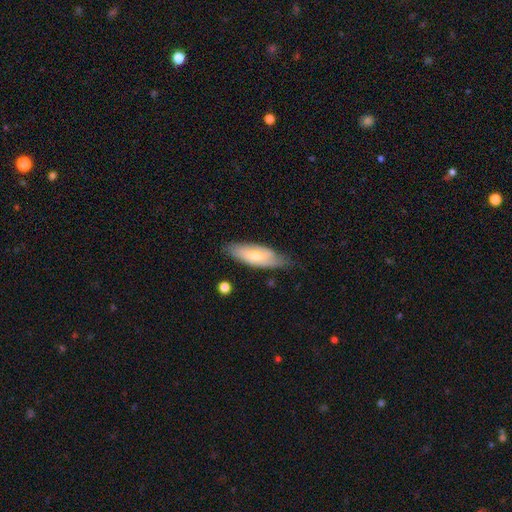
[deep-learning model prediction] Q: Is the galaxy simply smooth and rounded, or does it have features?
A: smooth — 55%.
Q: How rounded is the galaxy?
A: in between — 65%.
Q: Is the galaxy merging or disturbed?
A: none — 68%.